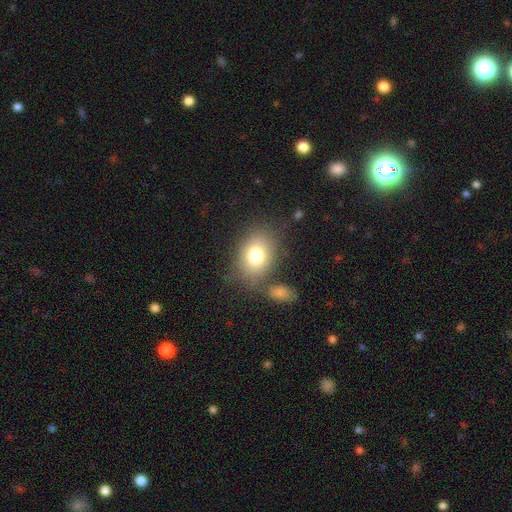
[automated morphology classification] smooth 76%, featured or disk 13%, star or artifact 11%. Down the decision tree: how rounded — in between (64%); merging — none (69%).